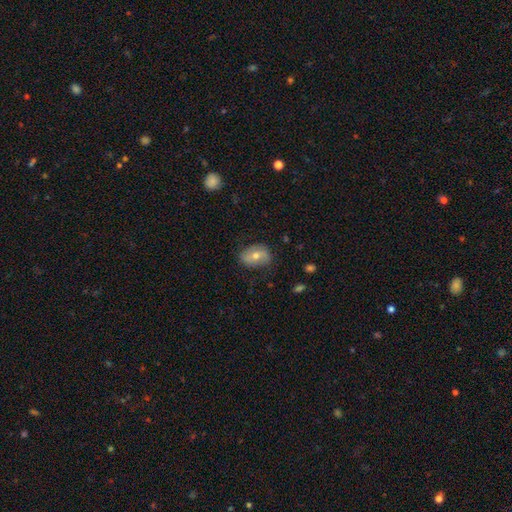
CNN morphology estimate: Smooth or featured: smooth — 53% (featured or disk — 37%)
How rounded: in between — 75% (round — 23%)
Merging: none — 75% (minor disturbance — 19%)